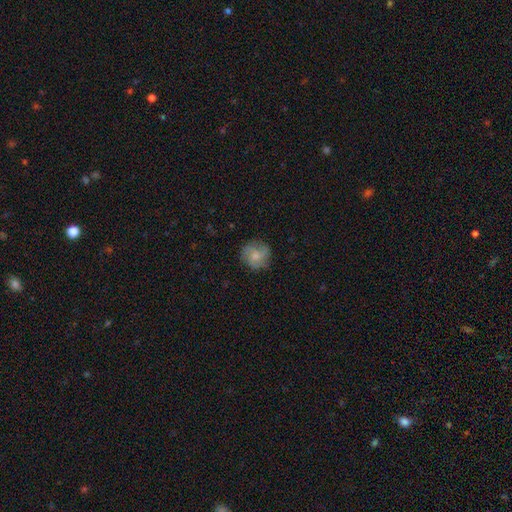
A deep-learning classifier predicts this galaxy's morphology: type=smooth (54%); roundness=round (87%); merging=none (76%).